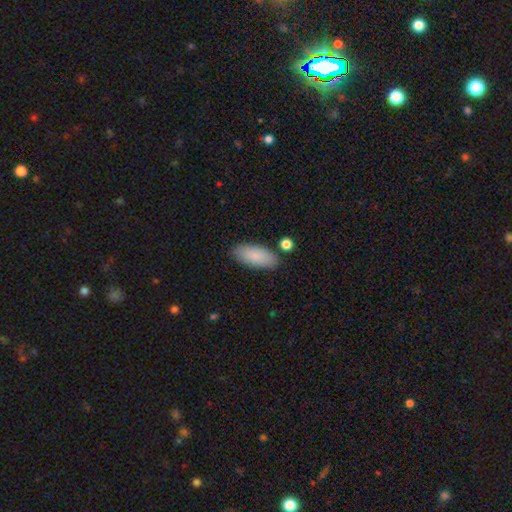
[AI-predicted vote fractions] Smooth or featured? Predicted: smooth (p=0.87). How rounded? Predicted: in between (p=0.85). Merging? Predicted: none (p=0.83).